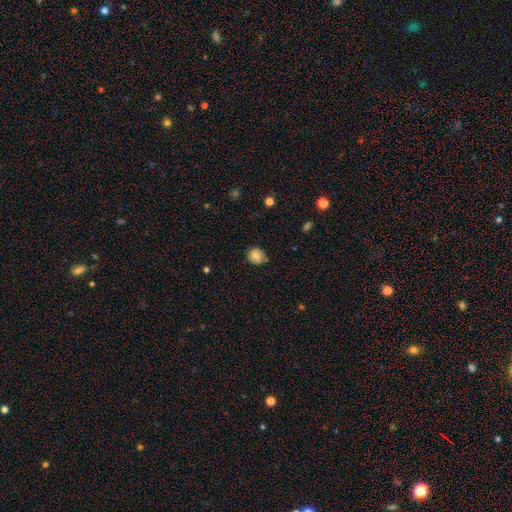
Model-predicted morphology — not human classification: A smooth galaxy with no disk features (66%) that is round (75%).

Vote fractions:
- Smooth or featured? smooth: 66% / featured or disk: 25% / star or artifact: 9%
- How rounded? round: 75% / in between: 24% / cigar-shaped: 1%
- Merging? none: 65% / minor disturbance: 27% / major disturbance: 6% / merger: 2%